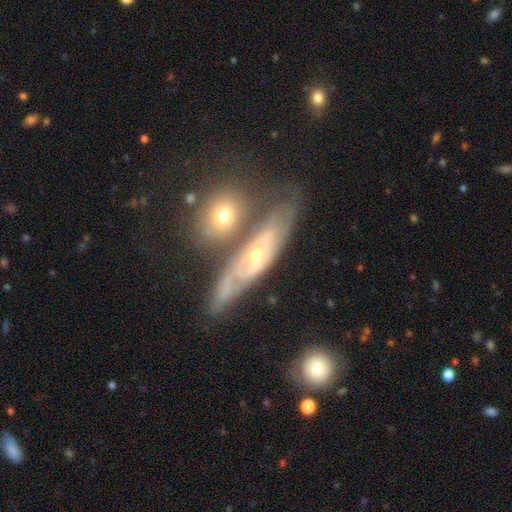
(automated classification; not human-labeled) Smooth or featured? featured or disk (74%)
Edge-on disk? no (72%)
Bar? no (68%)
Spiral arms? yes (80%)
Bulge size? small (59%)
Merging? none (56%)